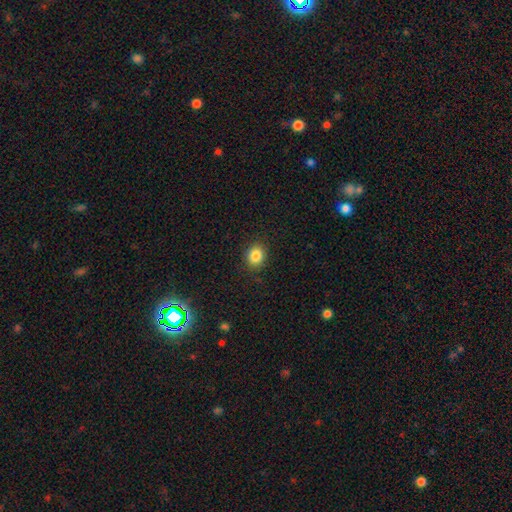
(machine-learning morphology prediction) Smooth or featured? Predicted: smooth (p=0.85). How rounded? Predicted: round (p=0.63). Merging? Predicted: none (p=0.89).